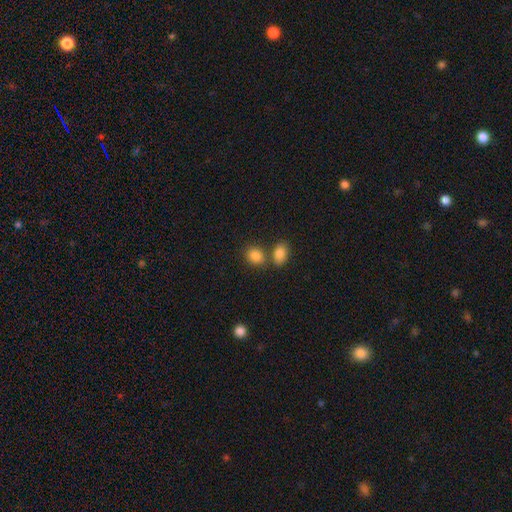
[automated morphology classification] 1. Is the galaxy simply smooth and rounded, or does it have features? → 85% smooth, 9% star or artifact, 5% featured or disk.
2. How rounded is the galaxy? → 52% in between, 46% round, 1% cigar-shaped.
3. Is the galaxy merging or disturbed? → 58% none, 27% merger, 11% minor disturbance, 4% major disturbance.